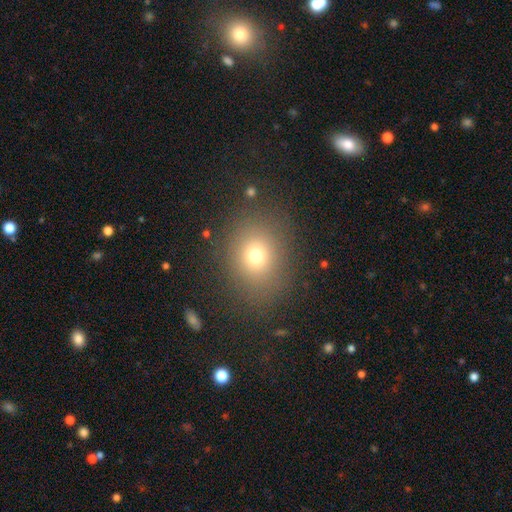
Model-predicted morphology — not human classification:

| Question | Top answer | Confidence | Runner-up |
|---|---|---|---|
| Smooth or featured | smooth | 72% | star or artifact (17%) |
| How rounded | round | 55% | in between (44%) |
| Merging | none | 83% | minor disturbance (10%) |